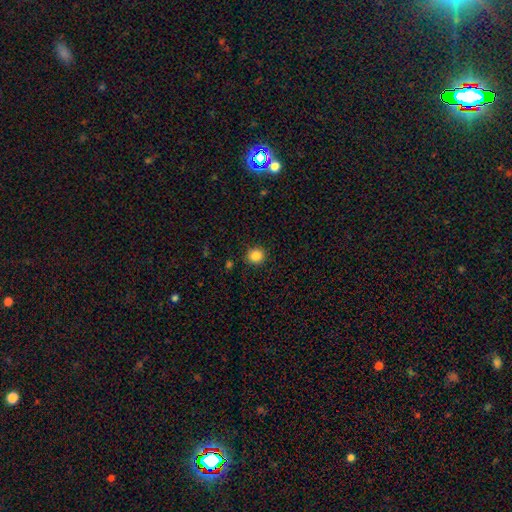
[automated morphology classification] Overall: smooth (85%). How rounded: round (90%). Merging: none (90%).